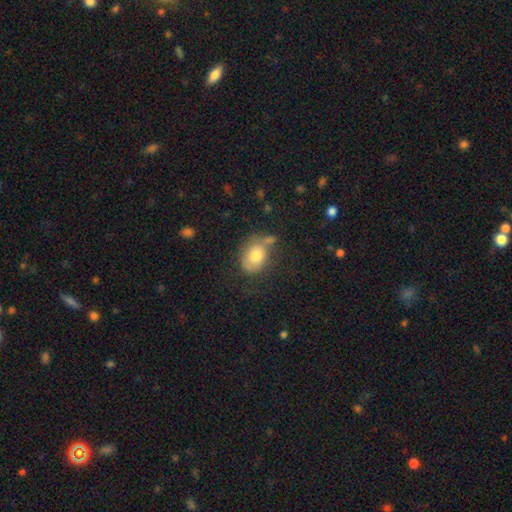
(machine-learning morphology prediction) Smooth or featured?
  - smooth: 76% *
  - featured or disk: 15%
  - star or artifact: 8%
How rounded?
  - in between: 65% *
  - round: 34%
  - cigar-shaped: 1%
Merging?
  - none: 54% *
  - minor disturbance: 25%
  - merger: 12%
  - major disturbance: 10%